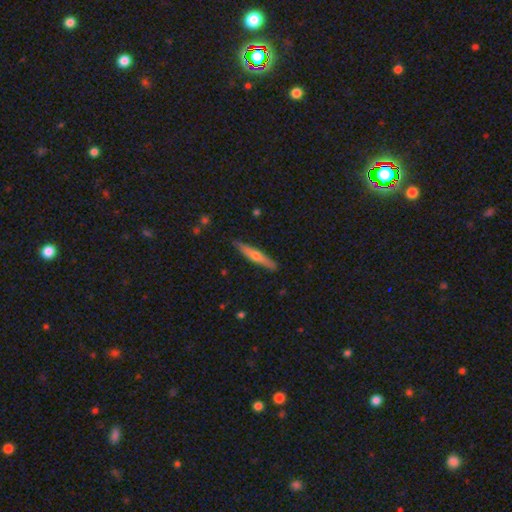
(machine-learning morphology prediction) This appears to be a featured or disk galaxy (51%) viewed edge-on (94%). Merging: none (88%).